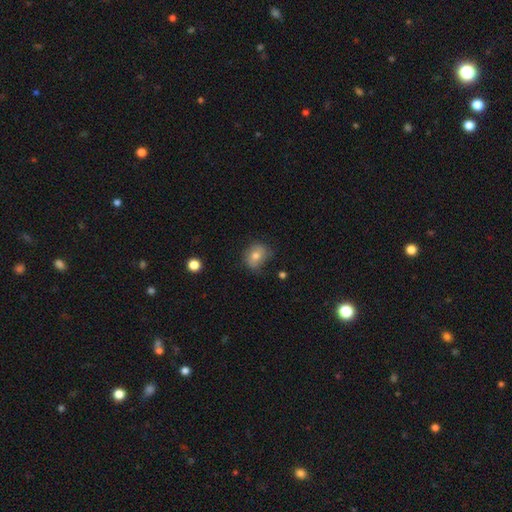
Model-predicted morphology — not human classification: A smooth galaxy with no disk features (70%) that is round (56%). Merging: none (64%).